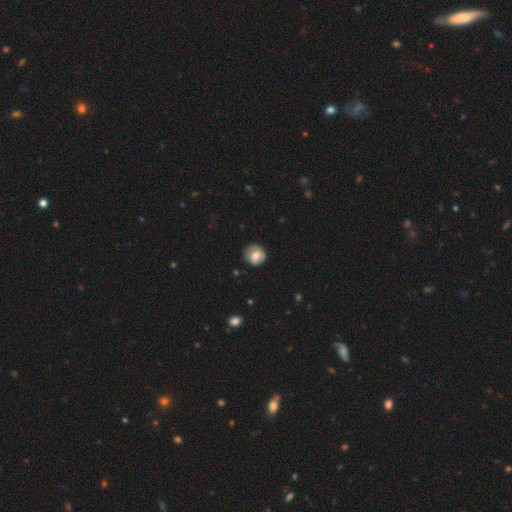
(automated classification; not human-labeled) Smooth or featured? smooth (68%)
How rounded? round (89%)
Merging? none (80%)